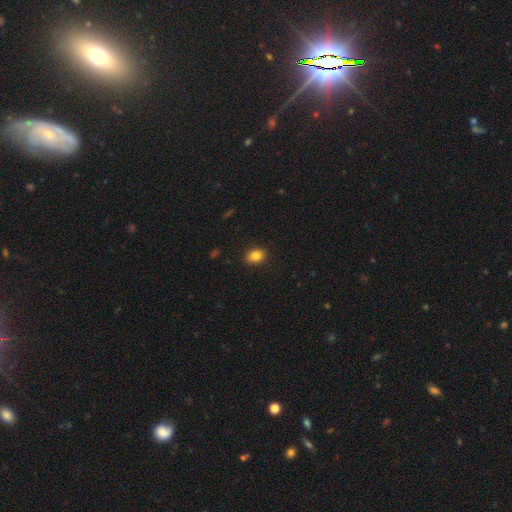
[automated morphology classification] This is clearly a smooth galaxy (84%). How rounded: likely in between (66%). Merging: clearly none (88%).